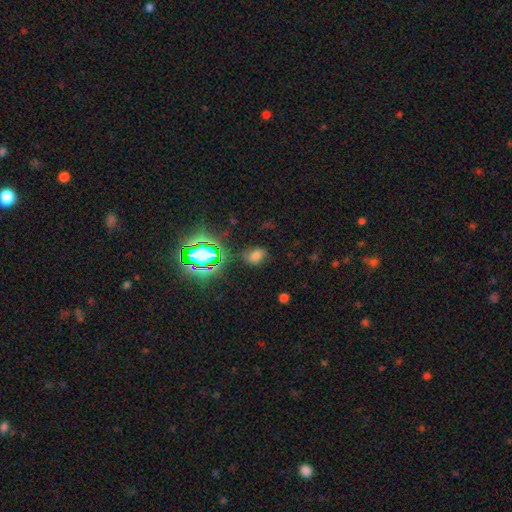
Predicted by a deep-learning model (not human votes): Morphology: type=smooth (62%); roundness=in between (73%); merging=none (71%).